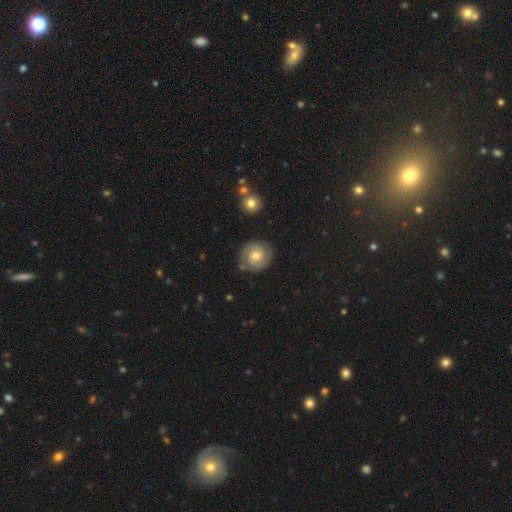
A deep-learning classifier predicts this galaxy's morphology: Smooth or featured? featured or disk (83%)
Edge-on disk? no (98%)
Bar? no (65%)
Spiral arms? yes (97%)
Spiral winding? tight (66%)
Spiral arm count? 2 (90%)
Bulge size? moderate (60%)
Merging? none (84%)